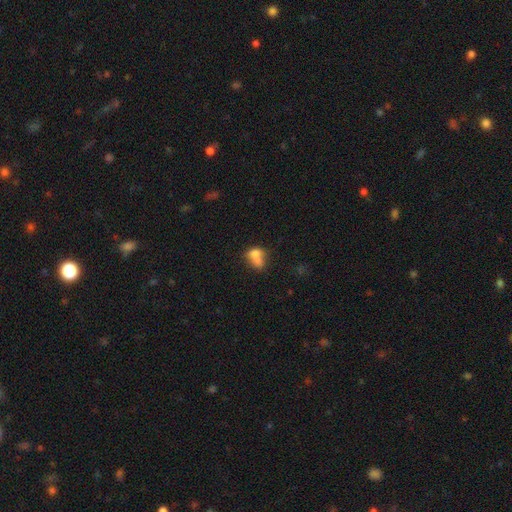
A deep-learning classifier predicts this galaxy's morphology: This is likely a smooth galaxy (68%). How rounded: likely in between (69%). Merging: marginally merger (39%).